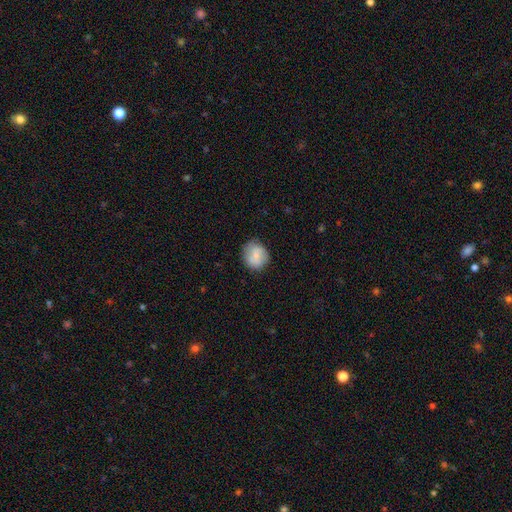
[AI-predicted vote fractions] A smooth galaxy with no disk features (68%) that is round (82%).

Vote fractions:
- Smooth or featured? smooth: 68% / featured or disk: 25% / star or artifact: 7%
- How rounded? round: 82% / in between: 17% / cigar-shaped: 1%
- Merging? none: 79% / minor disturbance: 15% / major disturbance: 4% / merger: 2%